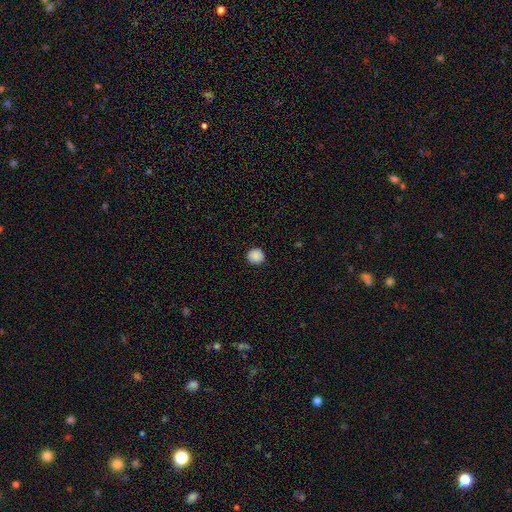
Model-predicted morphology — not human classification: A smooth galaxy with no disk features (89%) that is round (91%). Merging: none (92%).